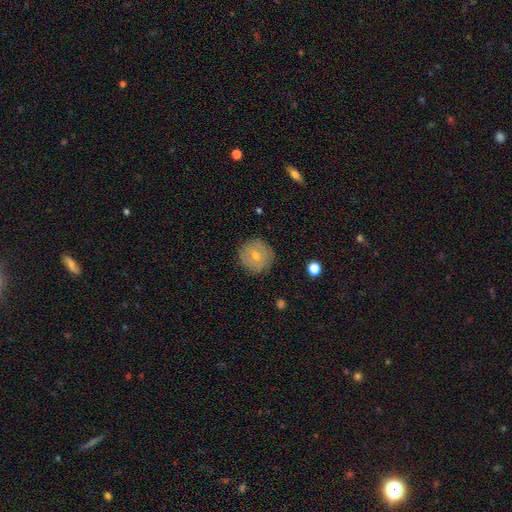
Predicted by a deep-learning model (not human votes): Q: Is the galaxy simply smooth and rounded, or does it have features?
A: smooth — 63%.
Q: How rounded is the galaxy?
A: round — 93%.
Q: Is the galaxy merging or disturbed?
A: none — 84%.